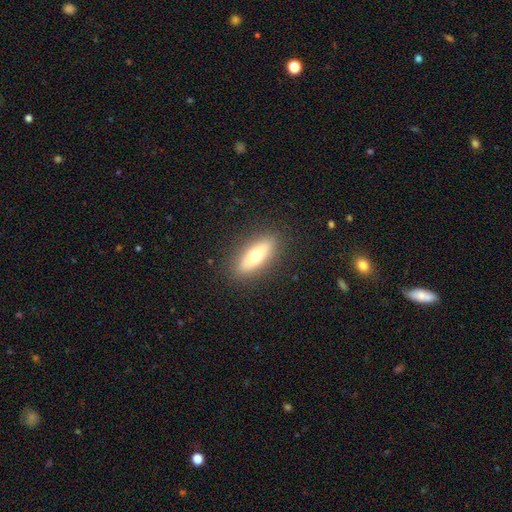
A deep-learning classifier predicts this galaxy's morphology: smooth-or-featured: smooth: 61% | featured or disk: 32% | star or artifact: 7%
  how-rounded: in between: 60% | cigar-shaped: 36% | round: 3%
  merging: none: 89% | minor disturbance: 8% | major disturbance: 2% | merger: 1%